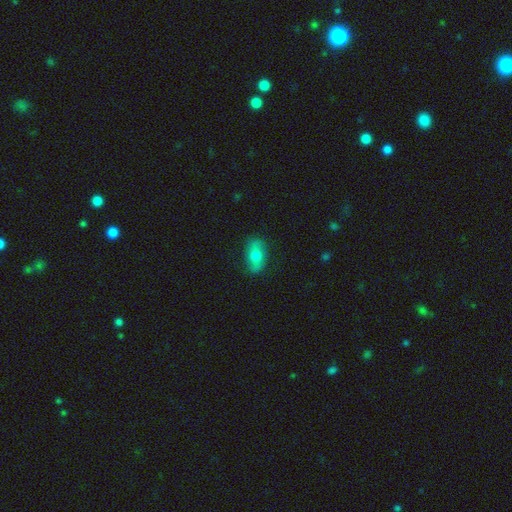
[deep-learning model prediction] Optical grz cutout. It shows a smooth galaxy with no disk features (64%) that is in between round and cigar-shaped (87%). Merging: none (79%).